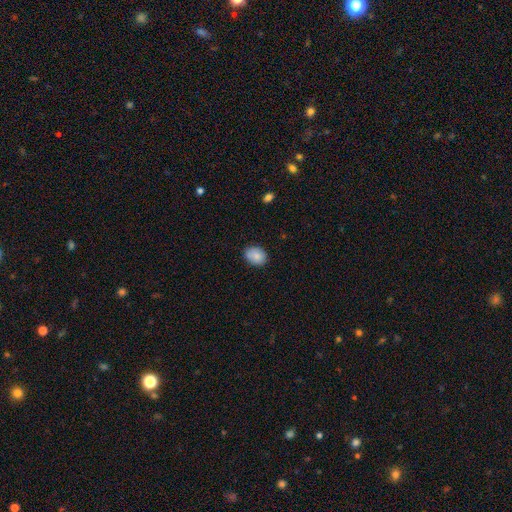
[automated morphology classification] Smooth or featured: smooth — 86% (star or artifact — 7%)
How rounded: in between — 65% (round — 34%)
Merging: none — 82% (minor disturbance — 15%)